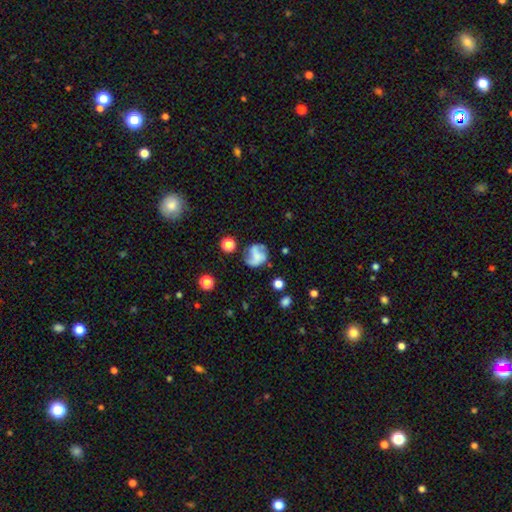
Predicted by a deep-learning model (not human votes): A featured or disk galaxy (59%) with no bar (57%), spiral arms (83%) and no central bulge (57%).

Vote fractions:
- Smooth or featured? featured or disk: 59% / smooth: 31% / star or artifact: 10%
- Edge-on disk? no: 98% / yes: 2%
- Bar? no: 57% / weak: 30% / strong: 13%
- Spiral arms? yes: 83% / no: 17%
- Bulge size? none: 57% / small: 22% / moderate: 13% / large: 6% / dominant: 3%
- Merging? none: 53% / minor disturbance: 22% / major disturbance: 18% / merger: 7%